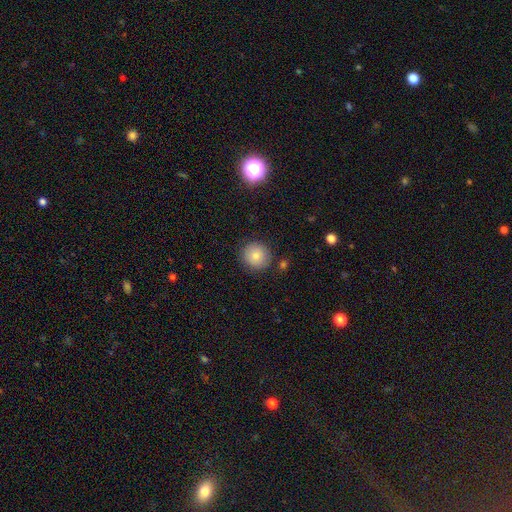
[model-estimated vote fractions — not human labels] smooth_or_featured: smooth (p=0.80) [alt: star or artifact p=0.10]
how_rounded: round (p=0.93) [alt: in between p=0.06]
merging: none (p=0.87) [alt: minor disturbance p=0.08]